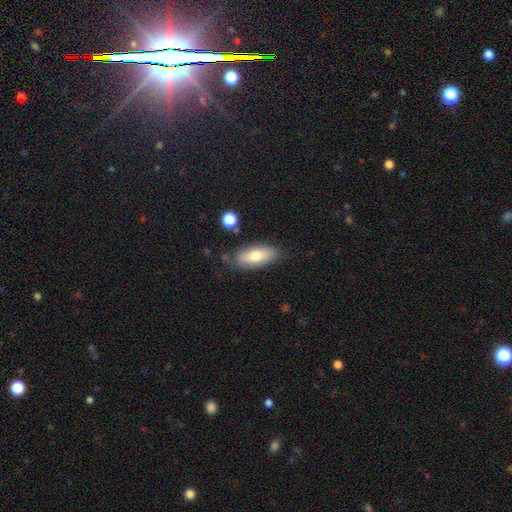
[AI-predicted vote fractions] Smooth or featured? Predicted: smooth (p=0.72). How rounded? Predicted: in between (p=0.78). Merging? Predicted: none (p=0.77).